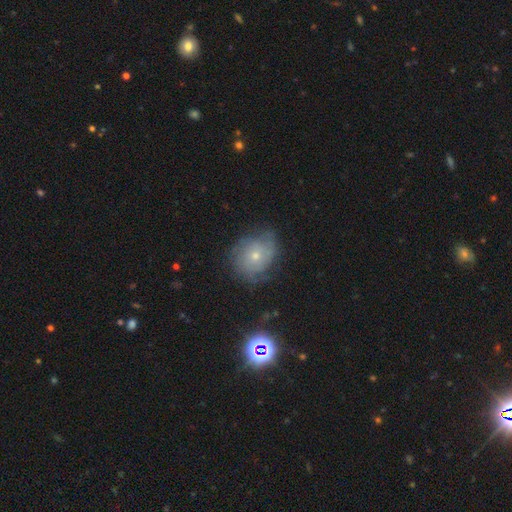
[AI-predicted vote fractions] Smooth or featured?
  - featured or disk: 56% *
  - smooth: 32%
  - star or artifact: 12%
Edge-on disk?
  - no: 96% *
  - yes: 4%
Bar?
  - no: 85% *
  - weak: 13%
  - strong: 2%
Spiral arms?
  - yes: 78% *
  - no: 22%
Bulge size?
  - small: 58% *
  - moderate: 38%
  - large: 2%
  - none: 1%
  - dominant: 1%
Merging?
  - none: 62% *
  - minor disturbance: 25%
  - major disturbance: 11%
  - merger: 2%